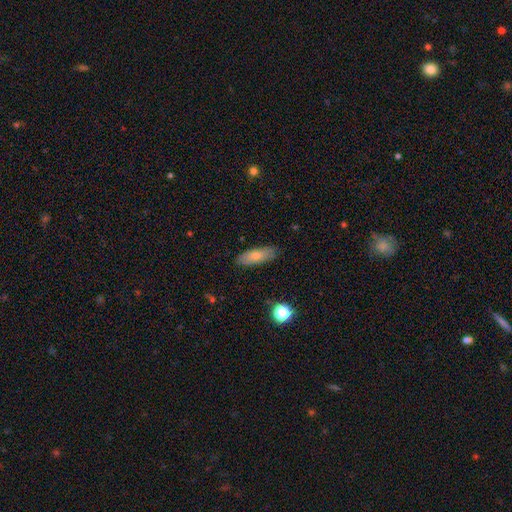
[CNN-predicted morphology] This appears to be a smooth galaxy with no disk features (66%) that is in between round and cigar-shaped (63%). Merging: none (87%).